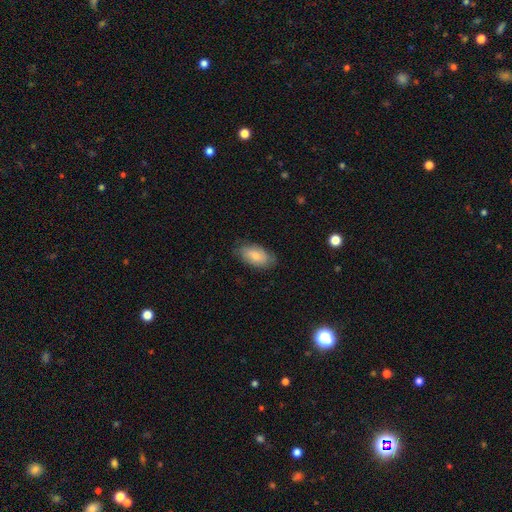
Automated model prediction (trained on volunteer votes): Smooth or featured? Predicted: smooth (p=0.74). How rounded? Predicted: in between (p=0.93). Merging? Predicted: none (p=0.74).